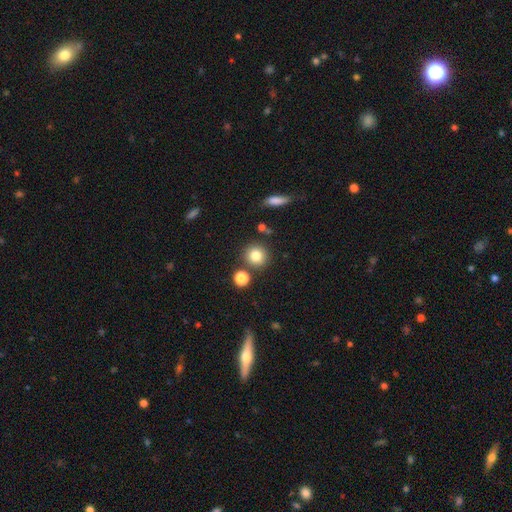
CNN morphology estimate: Smooth or featured? smooth (81%)
How rounded? round (90%)
Merging? none (80%)